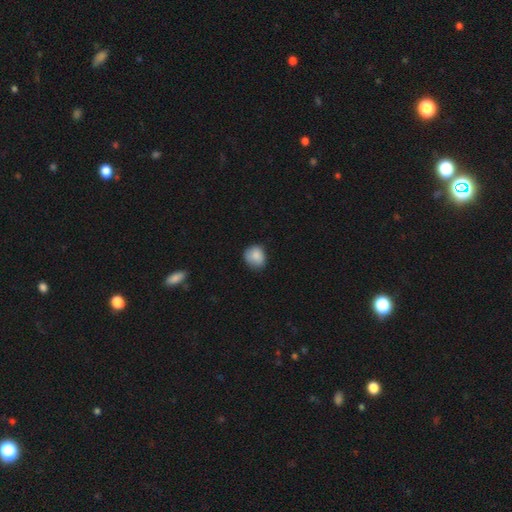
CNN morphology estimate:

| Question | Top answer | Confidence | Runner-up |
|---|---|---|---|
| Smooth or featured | smooth | 84% | star or artifact (8%) |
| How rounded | round | 63% | in between (36%) |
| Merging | none | 65% | minor disturbance (29%) |